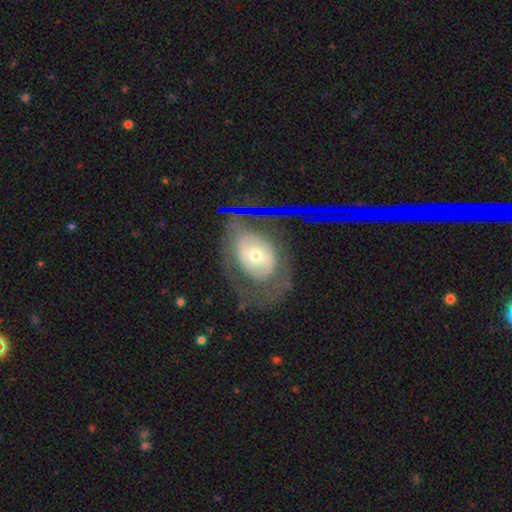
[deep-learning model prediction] A featured or disk galaxy (53%).

Vote fractions:
- Smooth or featured? featured or disk: 53% / smooth: 36% / star or artifact: 10%
- Edge-on disk? no: 90% / yes: 10%
- Merging? none: 54% / major disturbance: 22% / minor disturbance: 21% / merger: 3%